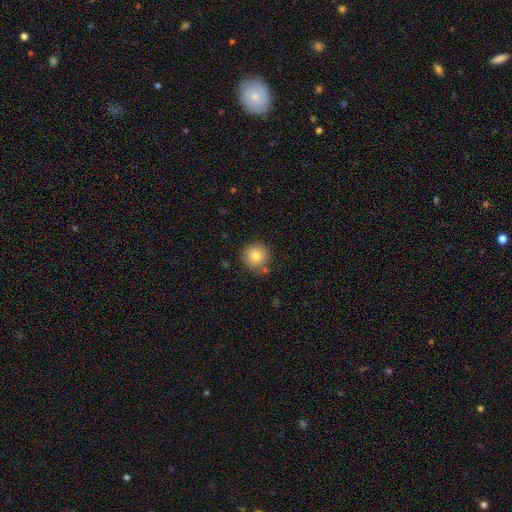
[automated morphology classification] smooth_or_featured: smooth (p=0.82) [alt: star or artifact p=0.10]
how_rounded: round (p=0.95) [alt: in between p=0.04]
merging: none (p=0.82) [alt: minor disturbance p=0.11]